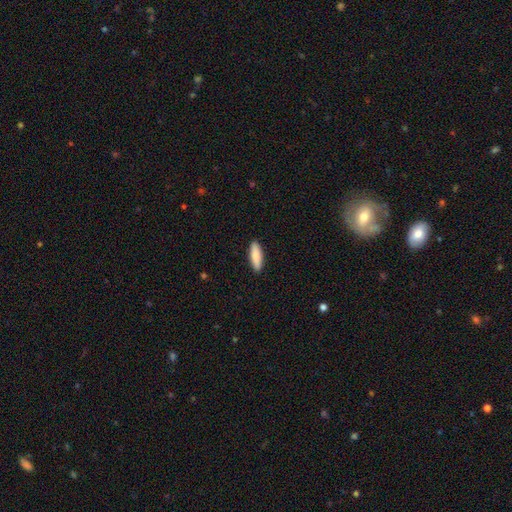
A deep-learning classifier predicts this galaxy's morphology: A smooth galaxy with no disk features (85%) that is cigar-shaped (51%). Merging: none (91%).